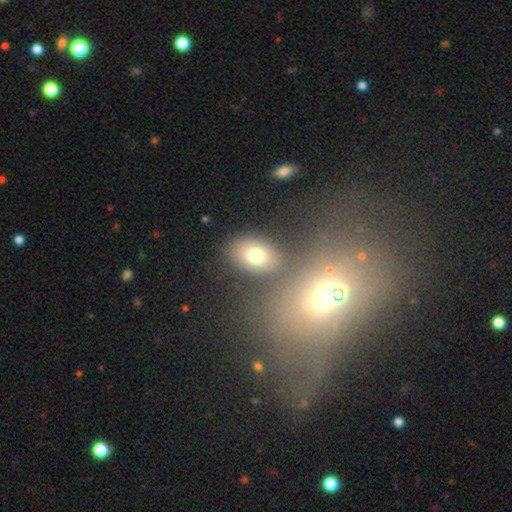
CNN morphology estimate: A smooth galaxy with no disk features (73%) that is in between round and cigar-shaped (70%). Merging: none (77%).